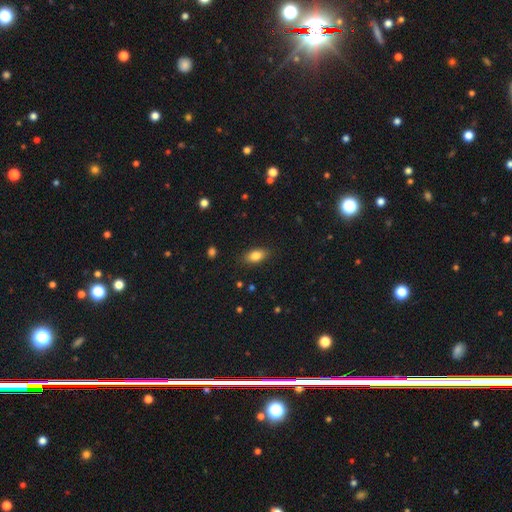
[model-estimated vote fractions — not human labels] A smooth galaxy with no disk features (84%) that is in between round and cigar-shaped (88%).

Vote fractions:
- Smooth or featured? smooth: 84% / star or artifact: 8% / featured or disk: 8%
- How rounded? in between: 88% / cigar-shaped: 6% / round: 6%
- Merging? none: 86% / minor disturbance: 10% / major disturbance: 3% / merger: 1%